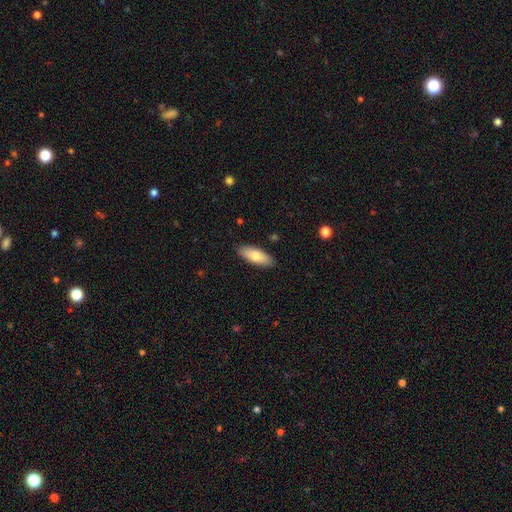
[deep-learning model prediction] Smooth or featured?
  - smooth: 76% *
  - featured or disk: 18%
  - star or artifact: 6%
How rounded?
  - in between: 73% *
  - cigar-shaped: 25%
  - round: 2%
Merging?
  - none: 89% *
  - minor disturbance: 8%
  - major disturbance: 2%
  - merger: 1%